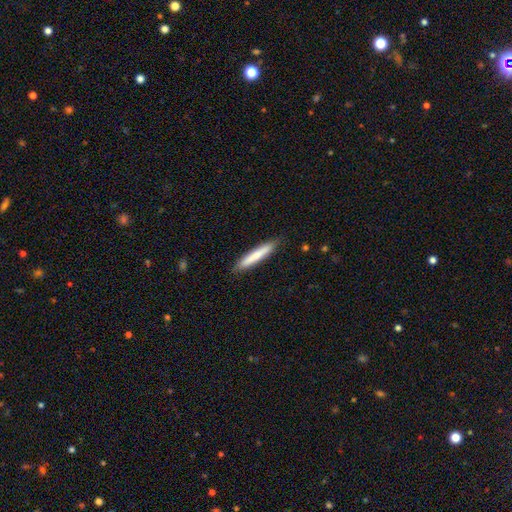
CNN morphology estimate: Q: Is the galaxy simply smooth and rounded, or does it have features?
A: smooth — 71%.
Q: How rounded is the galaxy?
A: cigar-shaped — 93%.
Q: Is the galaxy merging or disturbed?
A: none — 87%.